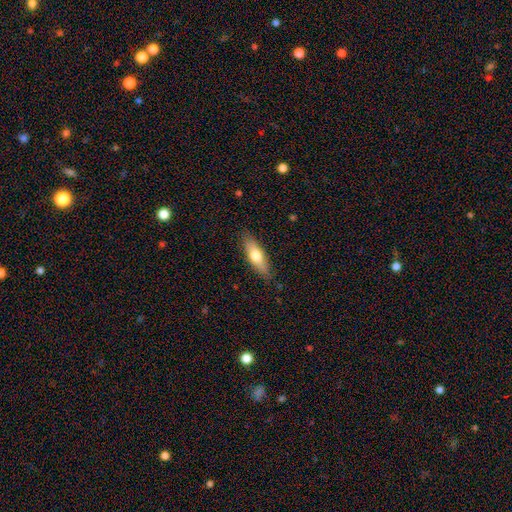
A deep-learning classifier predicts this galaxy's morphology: Smooth or featured? smooth (67%)
How rounded? cigar-shaped (50%)
Merging? none (86%)